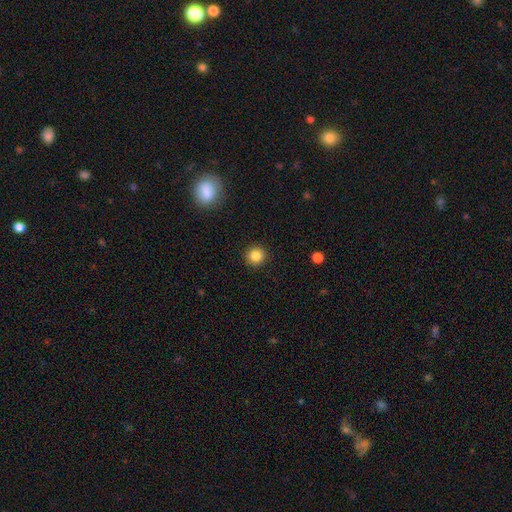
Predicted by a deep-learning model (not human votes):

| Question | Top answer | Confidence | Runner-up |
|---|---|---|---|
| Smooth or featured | smooth | 85% | star or artifact (11%) |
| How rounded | round | 93% | in between (6%) |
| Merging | none | 92% | minor disturbance (5%) |